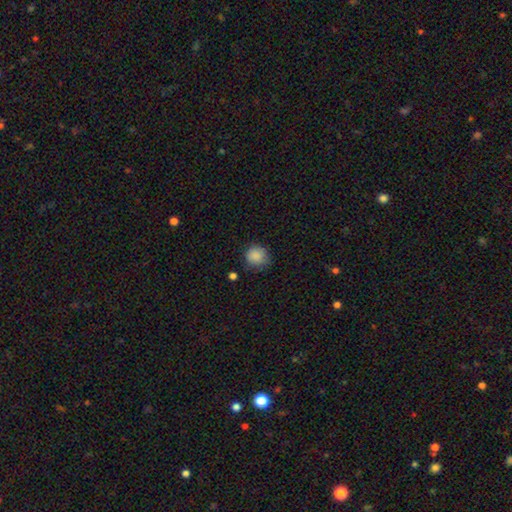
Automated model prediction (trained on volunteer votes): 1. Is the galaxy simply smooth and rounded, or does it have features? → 87% smooth, 9% star or artifact, 4% featured or disk.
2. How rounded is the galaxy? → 84% round, 15% in between, 1% cigar-shaped.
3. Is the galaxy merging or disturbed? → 72% none, 21% minor disturbance, 4% major disturbance, 2% merger.